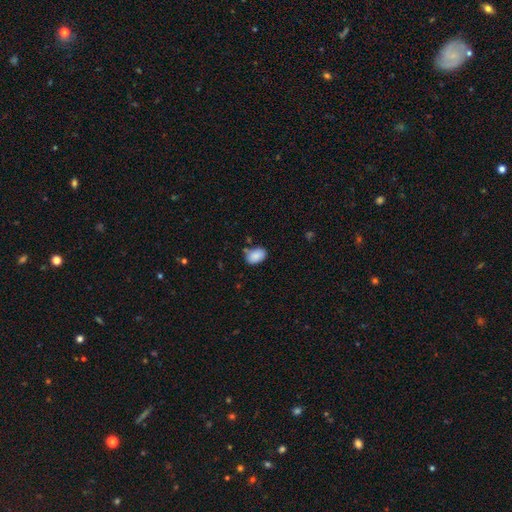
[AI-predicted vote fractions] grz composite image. It shows a smooth galaxy with no disk features (87%) that is in between round and cigar-shaped (83%). Merging: none (66%).